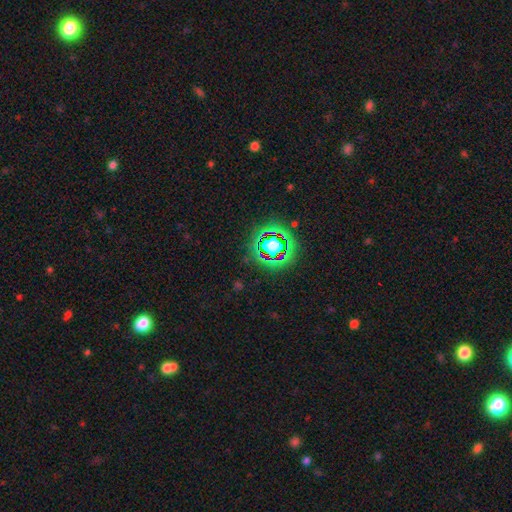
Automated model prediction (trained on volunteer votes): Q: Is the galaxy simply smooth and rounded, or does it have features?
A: star or artifact — 80%.